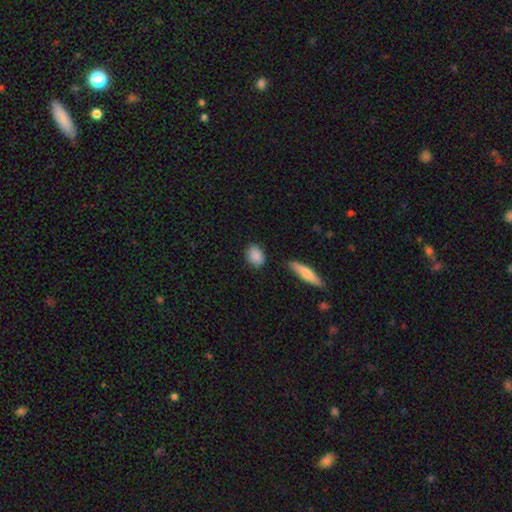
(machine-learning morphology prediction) Smooth or featured? Predicted: smooth (p=0.87). How rounded? Predicted: in between (p=0.63). Merging? Predicted: none (p=0.80).